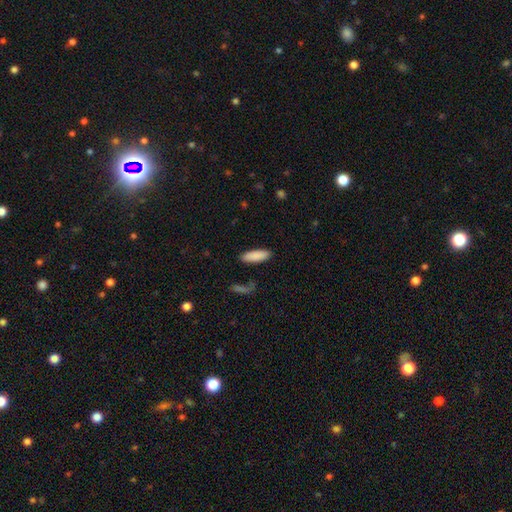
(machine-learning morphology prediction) A smooth galaxy with no disk features (87%) that is in between round and cigar-shaped (53%). Merging: none (85%).